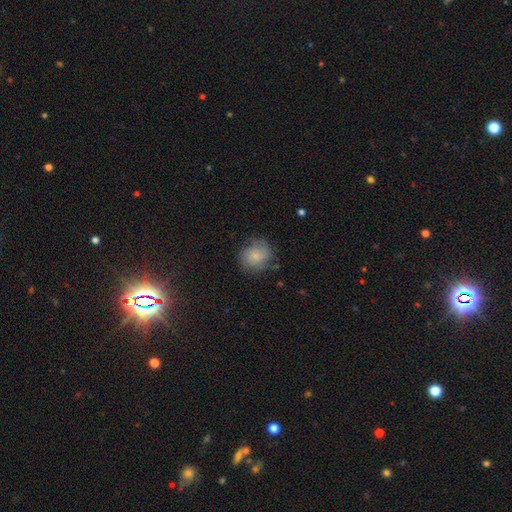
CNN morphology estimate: The model was most divided on "merging": none: 67%, minor disturbance: 23%, major disturbance: 8%, merger: 2%. More confident: how rounded — round (80%); smooth or featured — smooth (69%).